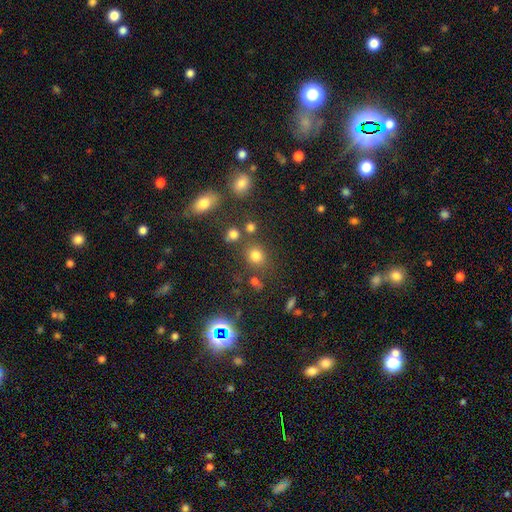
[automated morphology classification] Smooth or featured? Predicted: smooth (p=0.73). How rounded? Predicted: round (p=0.78). Merging? Predicted: none (p=0.74).